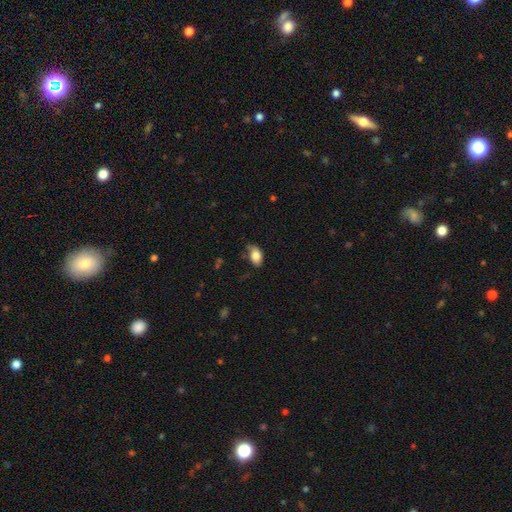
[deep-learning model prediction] Overall: smooth (80%). How rounded: in between (89%). Merging: none (58%; minor disturbance 32%).